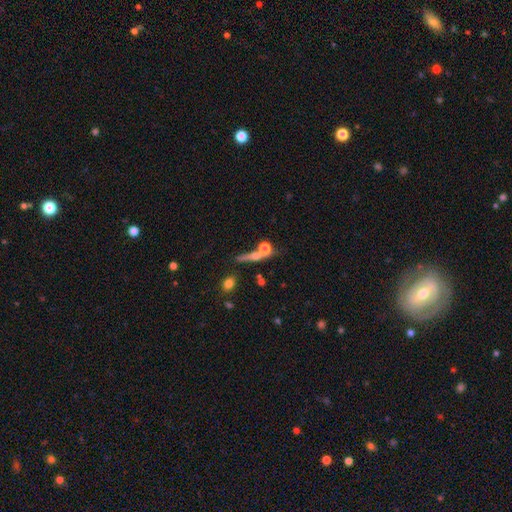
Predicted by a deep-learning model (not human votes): A smooth galaxy with no disk features (52%) that is cigar-shaped (40%). Merging: none (48%).